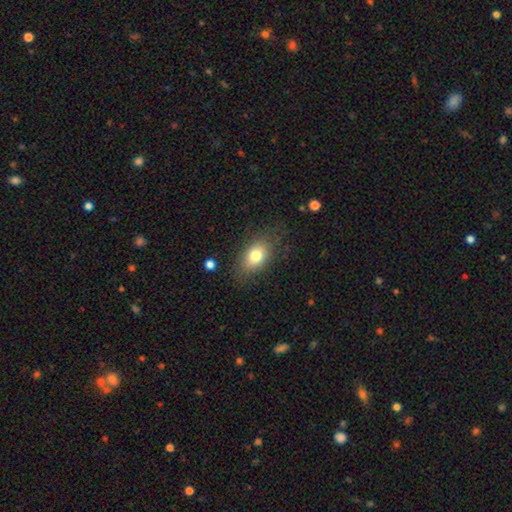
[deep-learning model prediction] smooth_or_featured: smooth (p=0.78) [alt: featured or disk p=0.13]
how_rounded: in between (p=0.82) [alt: round p=0.16]
merging: none (p=0.78) [alt: minor disturbance p=0.15]